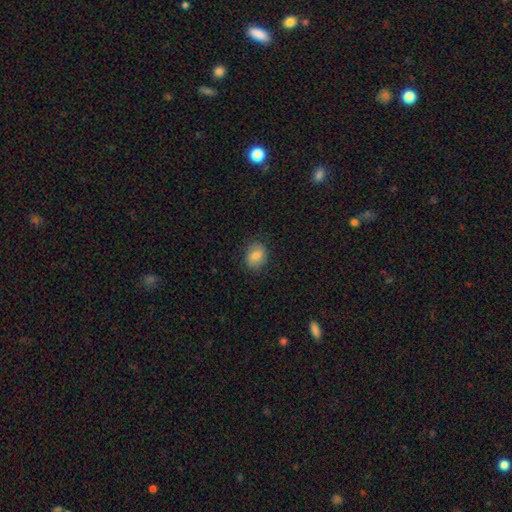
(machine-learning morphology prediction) smooth-or-featured: smooth: 78% | featured or disk: 12% | star or artifact: 9%
  how-rounded: round: 50% | in between: 48% | cigar-shaped: 1%
  merging: none: 82% | minor disturbance: 13% | major disturbance: 4% | merger: 1%